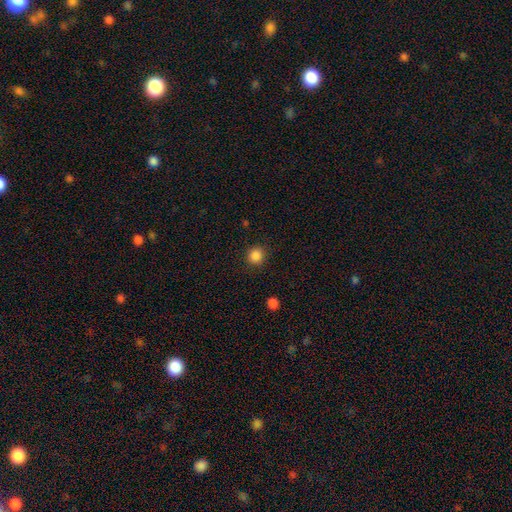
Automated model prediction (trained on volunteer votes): This appears to be a smooth galaxy with no disk features (86%) that is round (91%). Merging: none (89%).